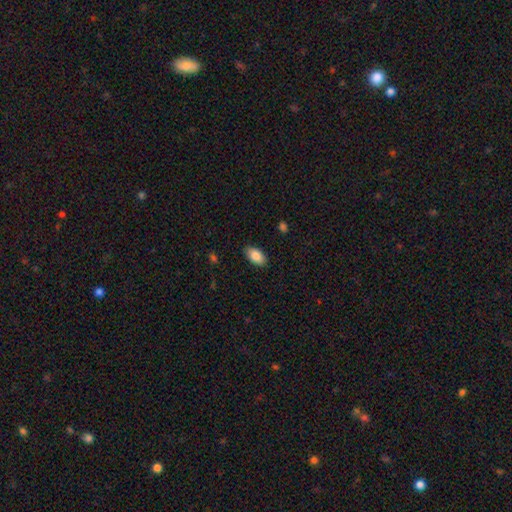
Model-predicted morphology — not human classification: Q: Smooth or featured?
A: smooth (86%); runner-up: featured or disk (7%)
Q: How rounded?
A: in between (94%); runner-up: round (4%)
Q: Merging?
A: none (88%); runner-up: minor disturbance (9%)